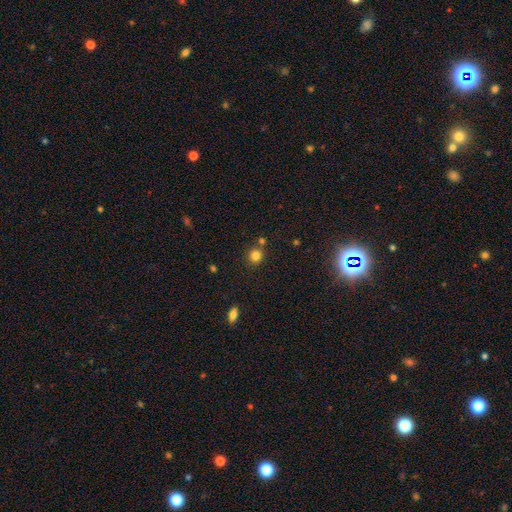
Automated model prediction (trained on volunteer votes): Overall: smooth (82%). How rounded: round (85%). Merging: none (76%).